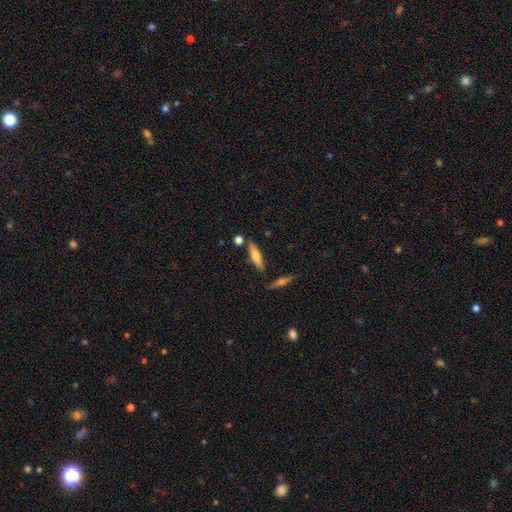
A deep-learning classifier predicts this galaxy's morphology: Smooth or featured?
  - smooth: 59% *
  - featured or disk: 35%
  - star or artifact: 7%
How rounded?
  - cigar-shaped: 75% *
  - in between: 23%
  - round: 2%
Merging?
  - none: 77% *
  - minor disturbance: 12%
  - merger: 9%
  - major disturbance: 3%